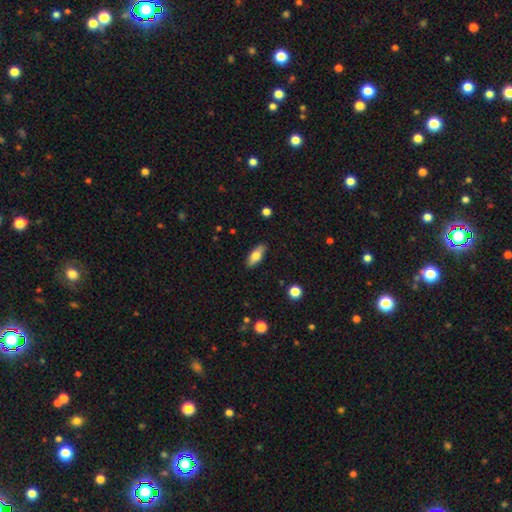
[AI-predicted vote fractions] smooth 71%, featured or disk 22%, star or artifact 6%. Down the decision tree: how rounded — in between (76%); merging — none (88%).